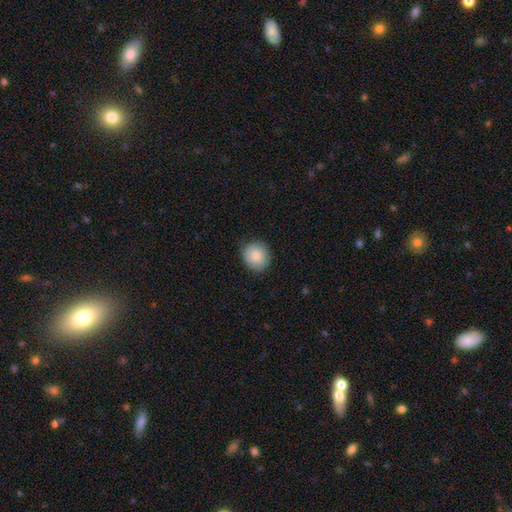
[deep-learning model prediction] smooth 83%, featured or disk 9%, star or artifact 7%. Down the decision tree: how rounded — round (84%); merging — none (82%).